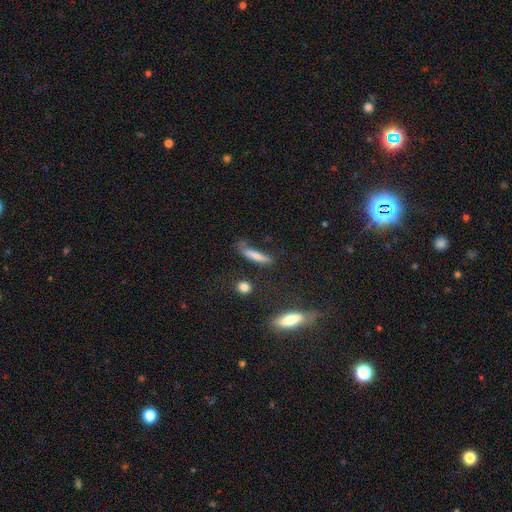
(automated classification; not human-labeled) Smooth or featured? smooth (72%)
How rounded? cigar-shaped (84%)
Merging? none (64%)